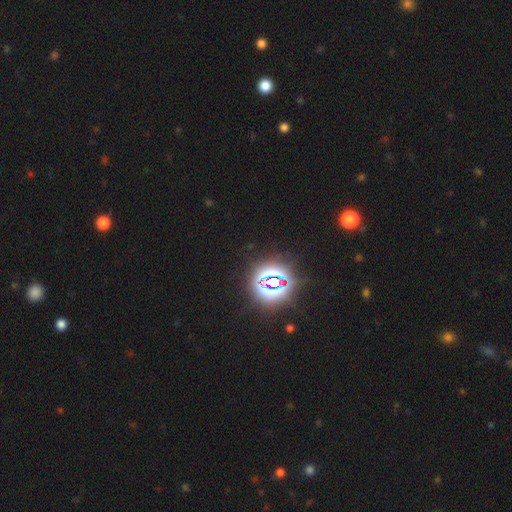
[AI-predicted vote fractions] Smooth or featured?
  - star or artifact: 85% *
  - smooth: 10%
  - featured or disk: 5%